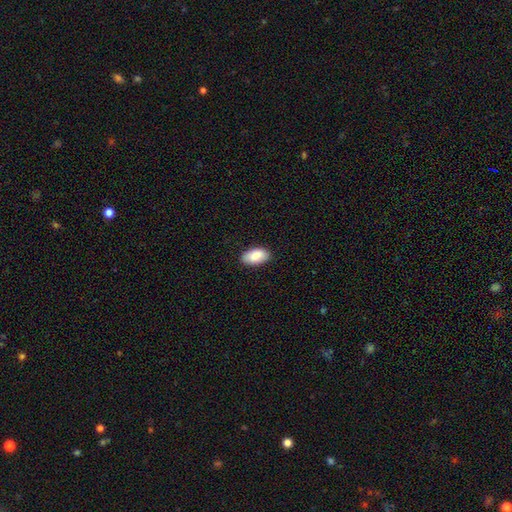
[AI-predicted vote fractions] A smooth galaxy with no disk features (86%) that is in between round and cigar-shaped (94%).

Vote fractions:
- Smooth or featured? smooth: 86% / featured or disk: 8% / star or artifact: 6%
- How rounded? in between: 94% / round: 3% / cigar-shaped: 2%
- Merging? none: 85% / minor disturbance: 12% / major disturbance: 2% / merger: 1%